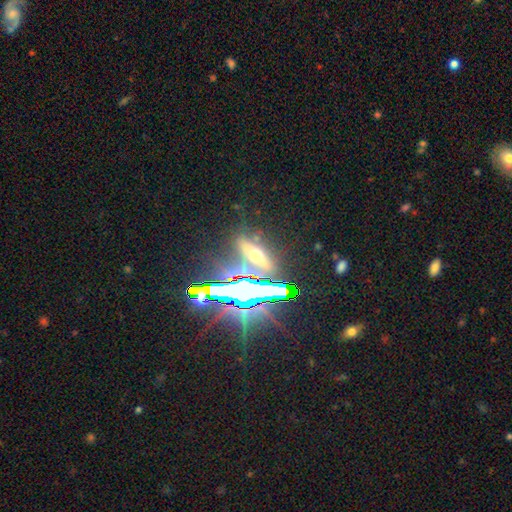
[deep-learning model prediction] smooth_or_featured: star or artifact (p=0.37) [alt: featured or disk p=0.32]